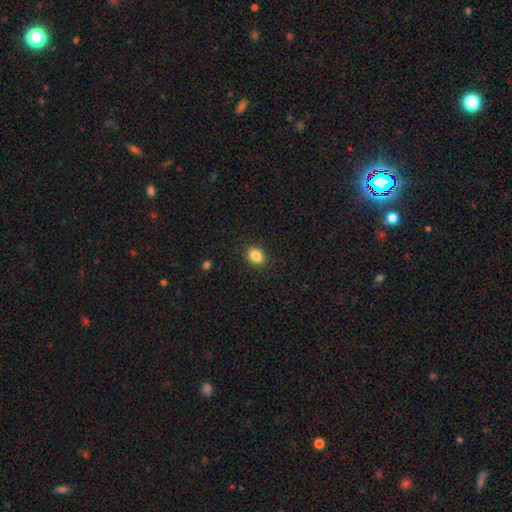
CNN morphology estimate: Smooth or featured?
  - smooth: 86% *
  - star or artifact: 10%
  - featured or disk: 5%
How rounded?
  - in between: 53% *
  - round: 46%
  - cigar-shaped: 1%
Merging?
  - none: 89% *
  - minor disturbance: 8%
  - major disturbance: 2%
  - merger: 1%